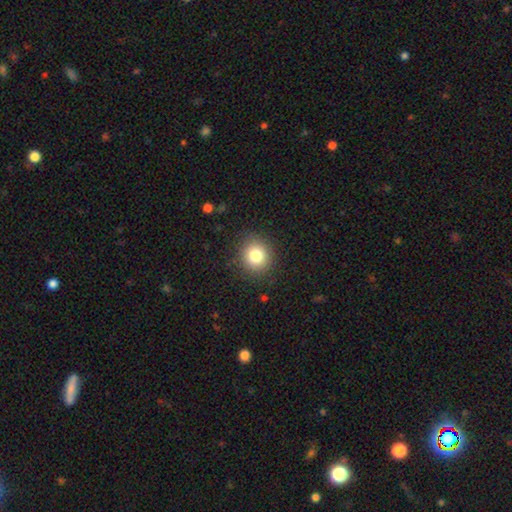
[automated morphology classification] The model was most divided on "smooth or featured": smooth: 81%, star or artifact: 11%, featured or disk: 8%. More confident: merging — none (89%); how rounded — round (86%).